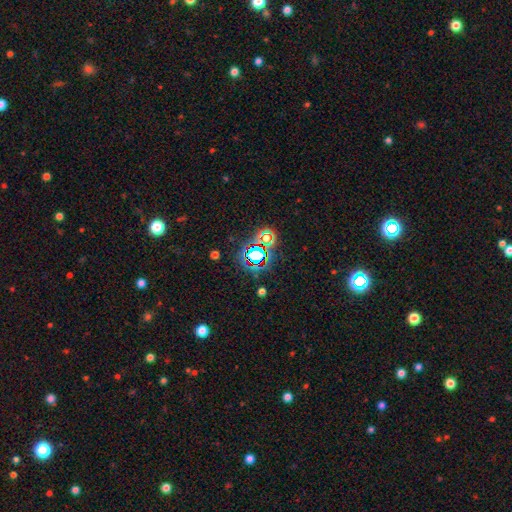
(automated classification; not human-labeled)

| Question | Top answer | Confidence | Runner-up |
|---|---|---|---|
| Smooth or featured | star or artifact | 67% | smooth (22%) |